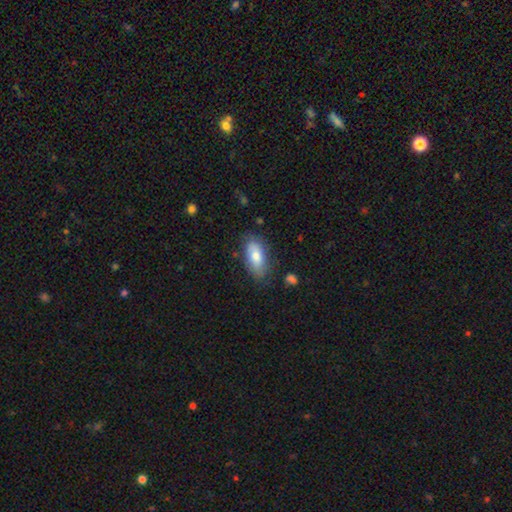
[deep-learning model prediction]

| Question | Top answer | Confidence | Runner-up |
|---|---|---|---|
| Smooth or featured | smooth | 73% | featured or disk (21%) |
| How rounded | in between | 89% | cigar-shaped (8%) |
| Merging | none | 72% | minor disturbance (21%) |